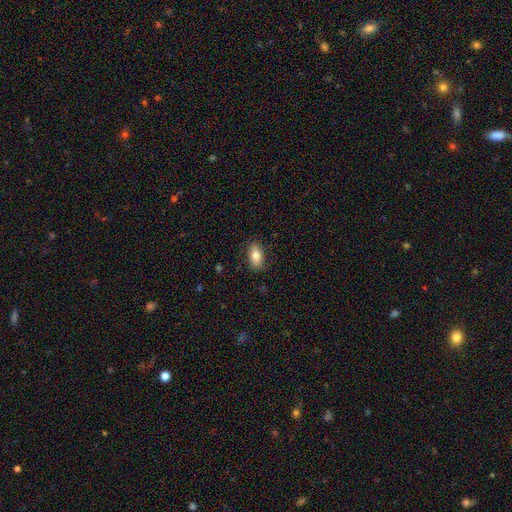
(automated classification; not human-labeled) smooth 80%, featured or disk 12%, star or artifact 7%. Down the decision tree: how rounded — in between (89%); merging — none (85%).